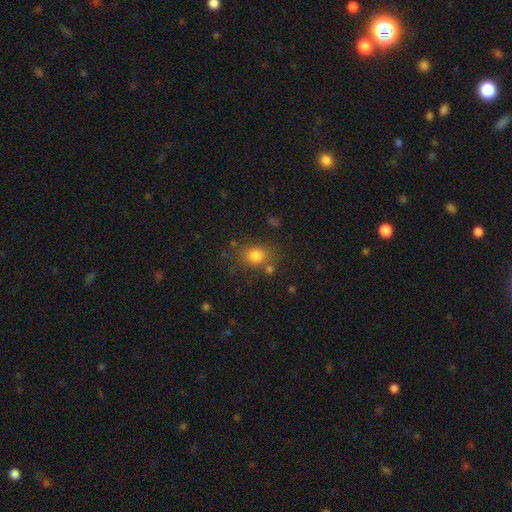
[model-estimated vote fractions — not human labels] This is likely a smooth galaxy (79%). How rounded: likely round (67%). Merging: likely none (75%).